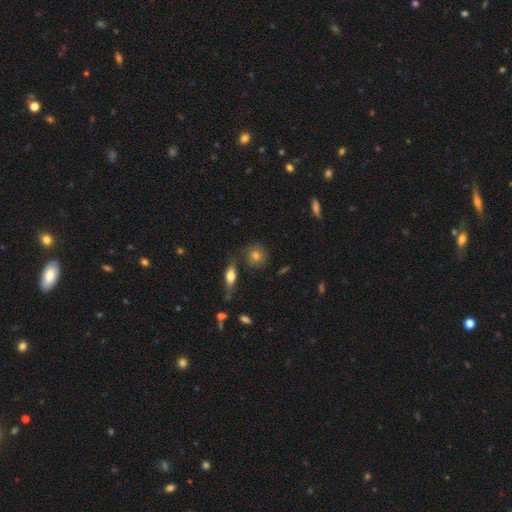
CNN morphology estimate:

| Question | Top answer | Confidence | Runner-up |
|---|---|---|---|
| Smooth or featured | smooth | 73% | featured or disk (16%) |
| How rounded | round | 81% | in between (17%) |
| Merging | none | 67% | minor disturbance (17%) |